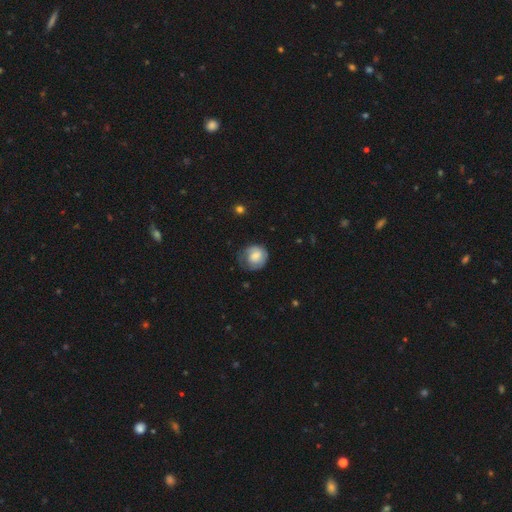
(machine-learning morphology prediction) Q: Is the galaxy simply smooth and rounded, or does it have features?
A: smooth — 62%.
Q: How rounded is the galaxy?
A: round — 79%.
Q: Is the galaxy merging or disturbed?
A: none — 55%.